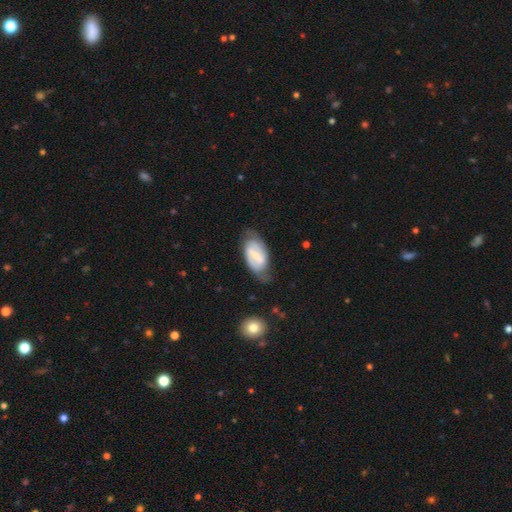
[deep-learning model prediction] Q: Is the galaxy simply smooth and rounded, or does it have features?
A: featured or disk — 67%.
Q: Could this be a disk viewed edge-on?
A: no — 94%.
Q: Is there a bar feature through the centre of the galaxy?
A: strong — 46%.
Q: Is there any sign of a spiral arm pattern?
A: yes — 81%.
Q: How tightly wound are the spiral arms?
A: medium — 42%.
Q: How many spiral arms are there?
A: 2 — 79%.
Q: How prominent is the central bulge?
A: small — 57%.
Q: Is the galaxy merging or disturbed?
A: none — 64%.